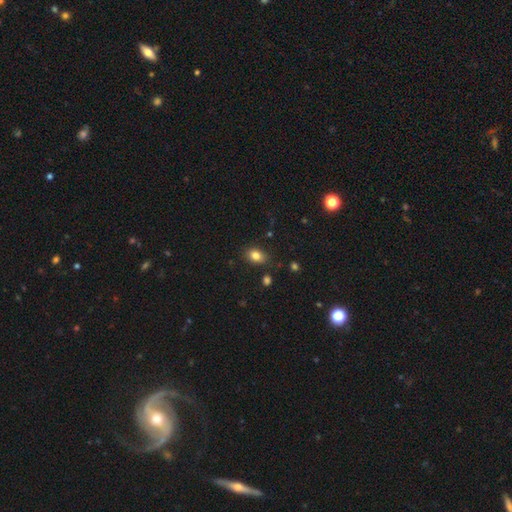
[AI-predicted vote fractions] Smooth or featured? Predicted: smooth (p=0.82). How rounded? Predicted: in between (p=0.69). Merging? Predicted: none (p=0.81).